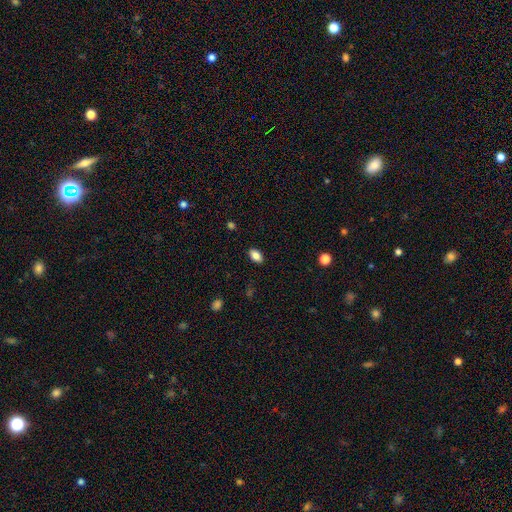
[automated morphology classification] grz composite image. It shows a smooth galaxy with no disk features (86%) that is in between round and cigar-shaped (89%). Merging: none (88%).